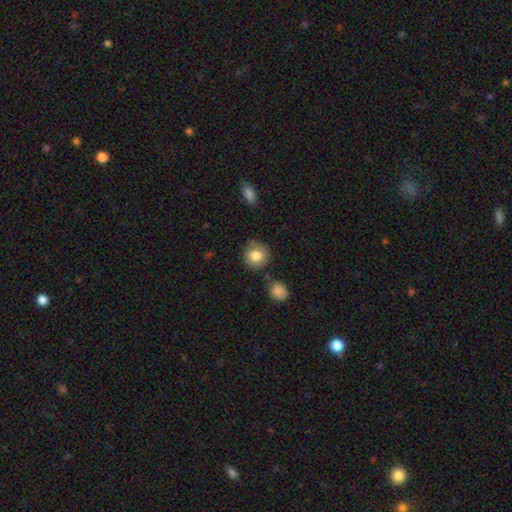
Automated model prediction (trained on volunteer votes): smooth-or-featured: smooth: 81% | featured or disk: 11% | star or artifact: 8%
  how-rounded: round: 87% | in between: 12% | cigar-shaped: 1%
  merging: none: 76% | minor disturbance: 16% | merger: 5% | major disturbance: 4%